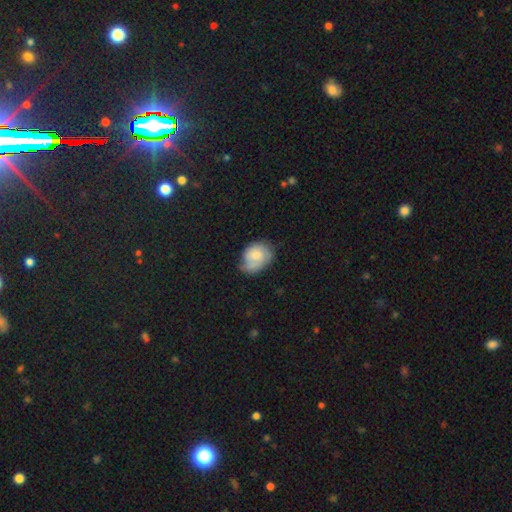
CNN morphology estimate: smooth 50%, featured or disk 43%, star or artifact 7%. Down the decision tree: how rounded — in between (61%); merging — none (52%).